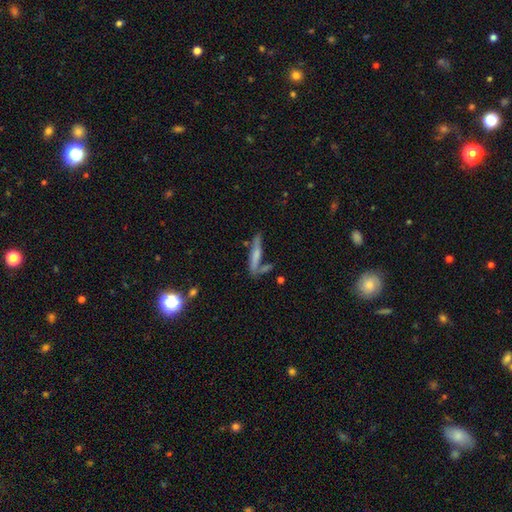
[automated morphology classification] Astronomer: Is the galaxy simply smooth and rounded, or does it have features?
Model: smooth — 54% (runner-up: featured or disk, 38%).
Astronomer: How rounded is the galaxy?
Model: cigar-shaped — 88%.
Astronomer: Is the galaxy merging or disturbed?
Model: none — 54%.